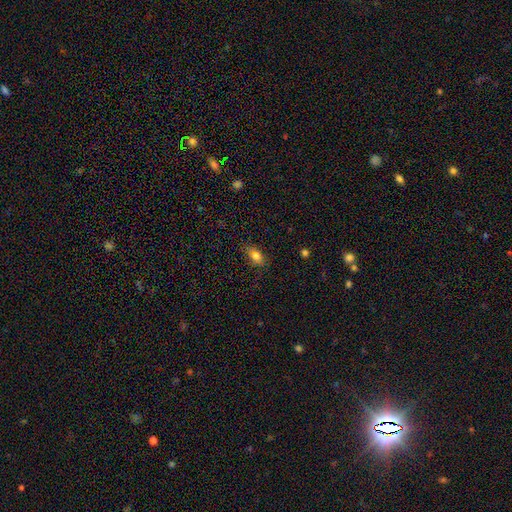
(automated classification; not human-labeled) Smooth or featured? Predicted: smooth (p=0.81). How rounded? Predicted: in between (p=0.85). Merging? Predicted: none (p=0.77).